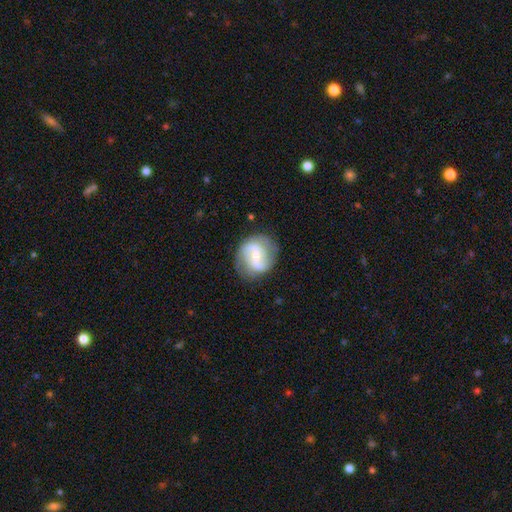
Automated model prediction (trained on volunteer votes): The model was most divided on "spiral winding": loose: 44%, medium: 41%, tight: 15%. Remaining: edge-on disk — no (98%); spiral arms — yes (93%); spiral arm count — 2 (88%); smooth or featured — featured or disk (80%); merging — none (77%); bulge size — small (62%); bar — weak (47%).